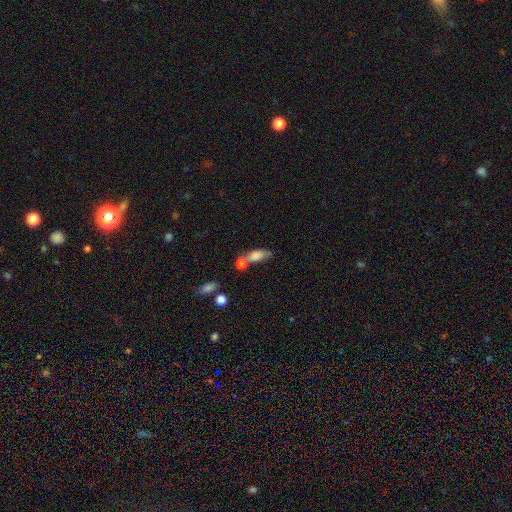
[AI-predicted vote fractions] Overall: smooth (77%). How rounded: in between (78%). Merging: none (39%; merger 32%).